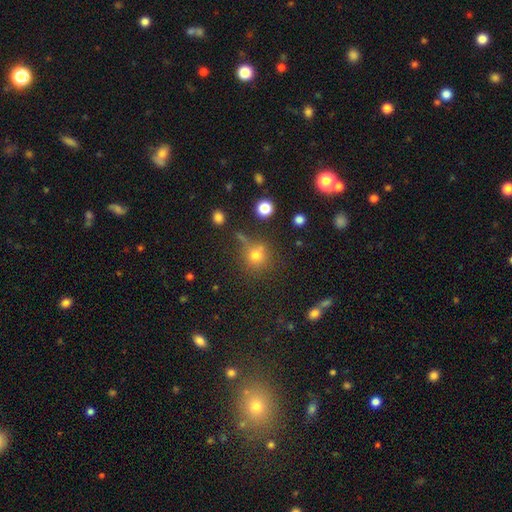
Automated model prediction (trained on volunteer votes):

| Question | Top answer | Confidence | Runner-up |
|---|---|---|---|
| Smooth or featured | smooth | 70% | star or artifact (20%) |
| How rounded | round | 86% | in between (13%) |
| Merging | none | 69% | minor disturbance (14%) |